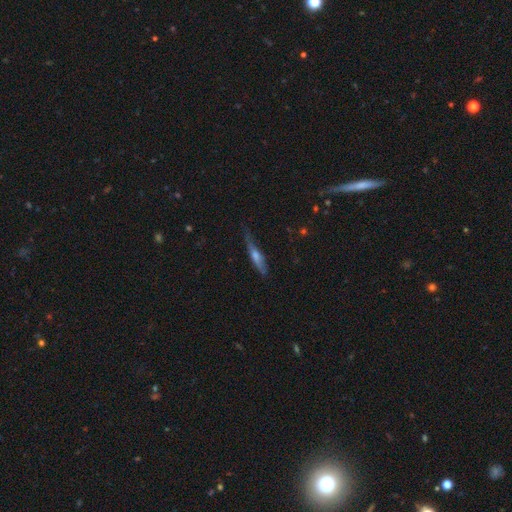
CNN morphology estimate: Smooth or featured?
  - featured or disk: 55% *
  - smooth: 37%
  - star or artifact: 8%
Edge-on disk?
  - yes: 90% *
  - no: 10%
Merging?
  - none: 65% *
  - minor disturbance: 26%
  - major disturbance: 7%
  - merger: 2%